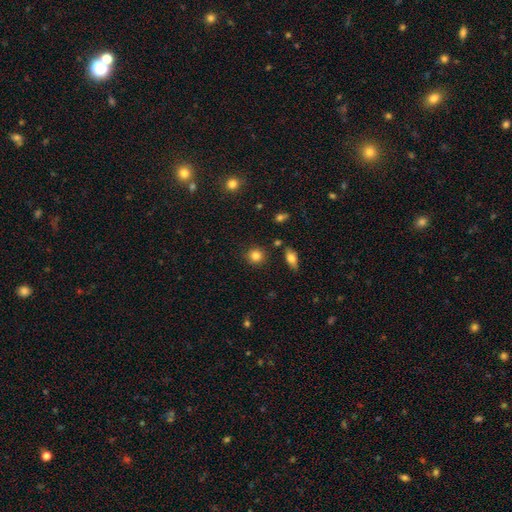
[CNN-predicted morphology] Q: Smooth or featured?
A: smooth (83%); runner-up: star or artifact (10%)
Q: How rounded?
A: round (89%); runner-up: in between (9%)
Q: Merging?
A: none (87%); runner-up: minor disturbance (8%)